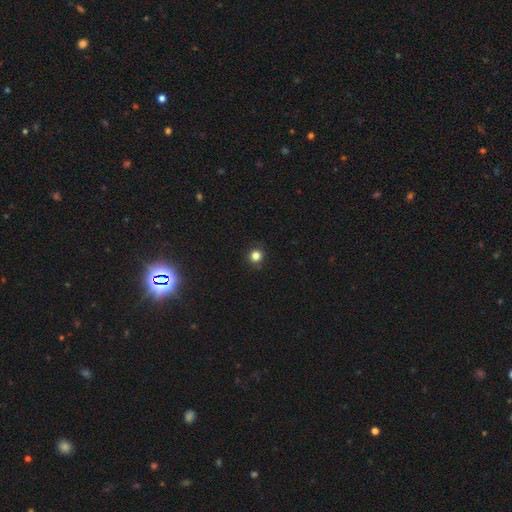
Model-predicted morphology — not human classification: This appears to be a smooth galaxy with no disk features (82%) that is round (94%). Merging: none (90%).